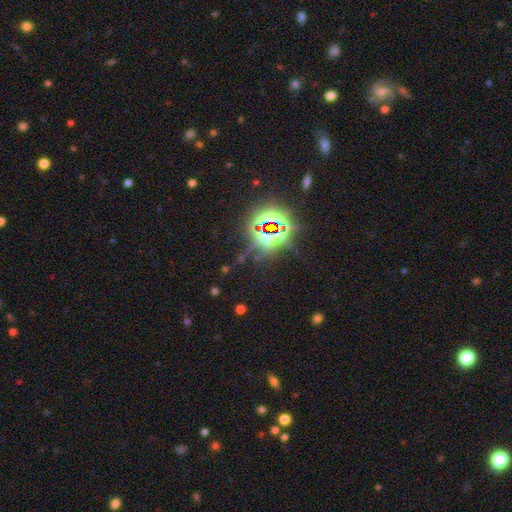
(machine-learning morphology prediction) star or artifact 82%, smooth 10%, featured or disk 7%.